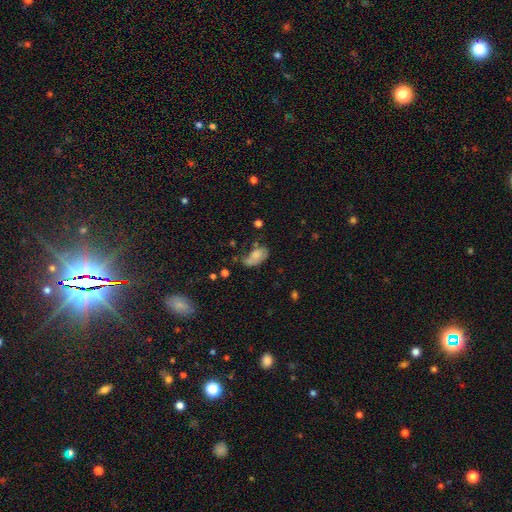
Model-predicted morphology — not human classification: type=smooth (67%); roundness=in between (90%); merging=none (34%).